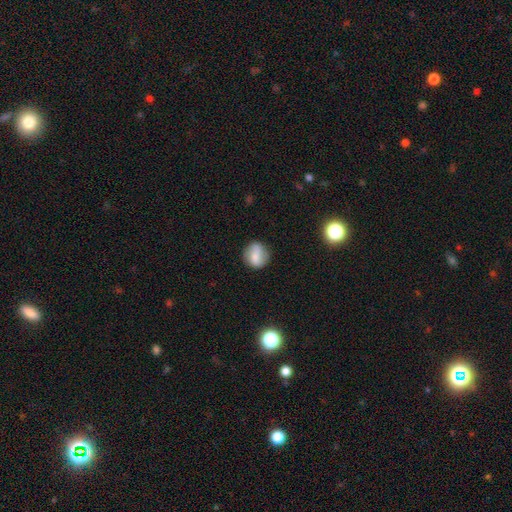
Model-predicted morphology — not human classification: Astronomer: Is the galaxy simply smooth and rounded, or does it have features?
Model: smooth — 69%.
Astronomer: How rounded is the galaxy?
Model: round — 80%.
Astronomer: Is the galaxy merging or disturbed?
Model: none — 77%.